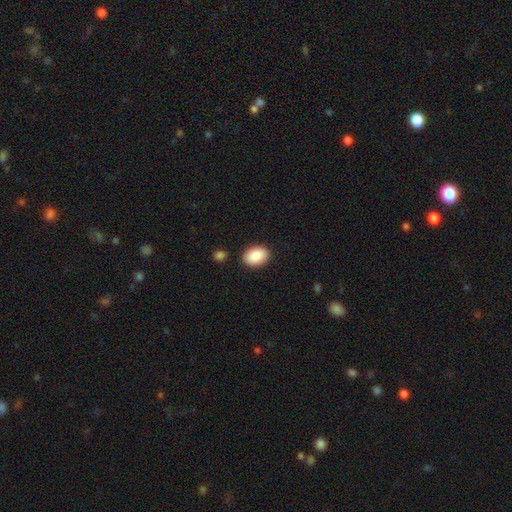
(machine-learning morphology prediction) A smooth galaxy with no disk features (90%) that is in between round and cigar-shaped (84%). Merging: none (87%).